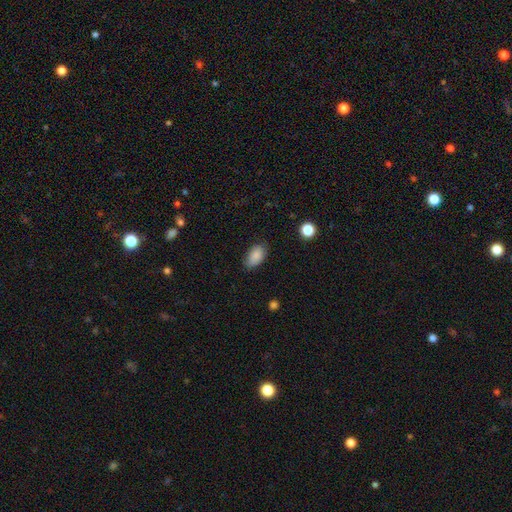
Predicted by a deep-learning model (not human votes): smooth 86%, star or artifact 8%, featured or disk 6%. Down the decision tree: how rounded — in between (92%); merging — none (75%).